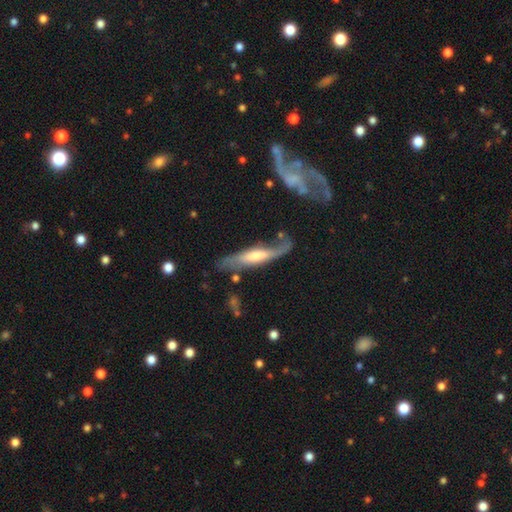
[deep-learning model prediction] A featured or disk galaxy (68%) viewed edge-on (60%).

Vote fractions:
- Smooth or featured? featured or disk: 68% / smooth: 26% / star or artifact: 6%
- Edge-on disk? yes: 60% / no: 40%
- Merging? none: 55% / minor disturbance: 24% / major disturbance: 13% / merger: 8%